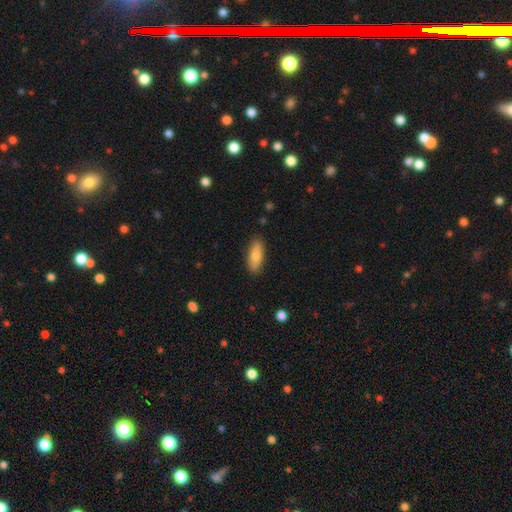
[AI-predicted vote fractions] The model was most divided on "how rounded": in between: 72%, cigar-shaped: 26%, round: 2%. More confident: merging — none (85%); smooth or featured — smooth (80%).